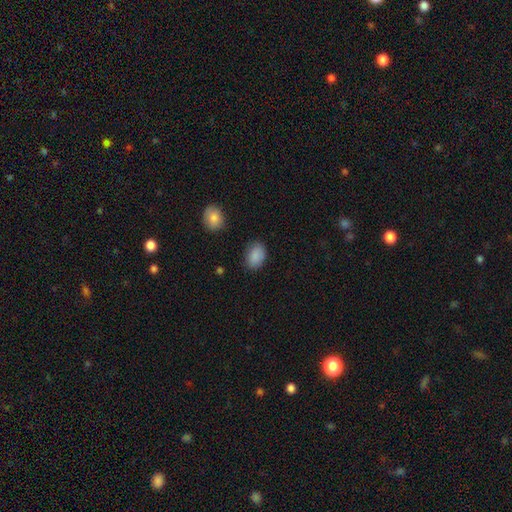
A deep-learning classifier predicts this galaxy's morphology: Smooth or featured? Predicted: smooth (p=0.88). How rounded? Predicted: in between (p=0.80). Merging? Predicted: none (p=0.80).